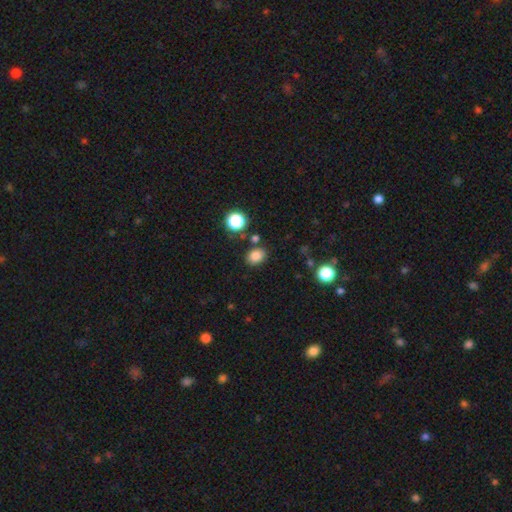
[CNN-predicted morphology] This is clearly a smooth galaxy (83%). How rounded: possibly in between (58%). Merging: clearly none (80%).